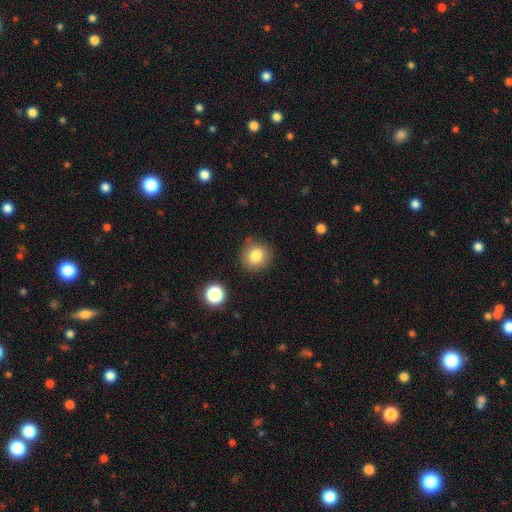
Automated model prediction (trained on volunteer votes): The model was most divided on "smooth or featured": smooth: 82%, star or artifact: 11%, featured or disk: 7%. More confident: how rounded — round (89%); merging — none (84%).